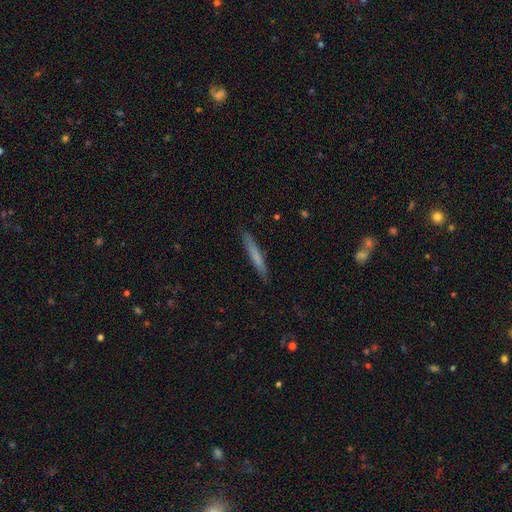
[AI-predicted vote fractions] smooth-or-featured: smooth: 65% | featured or disk: 29% | star or artifact: 6%
  how-rounded: cigar-shaped: 96% | in between: 3% | round: 1%
  merging: none: 89% | minor disturbance: 8% | major disturbance: 2% | merger: 1%